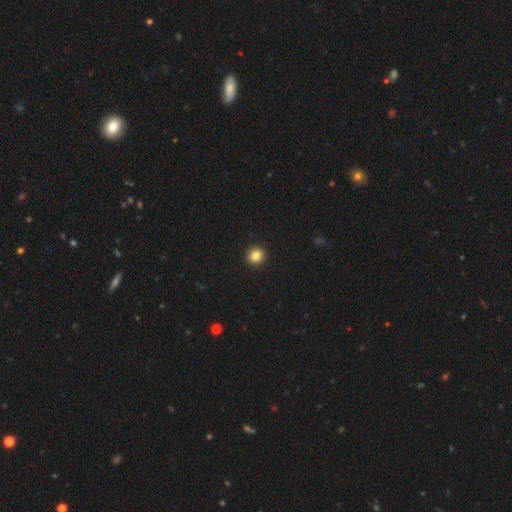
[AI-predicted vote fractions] Morphology: type=smooth (84%); roundness=round (96%); merging=none (94%).